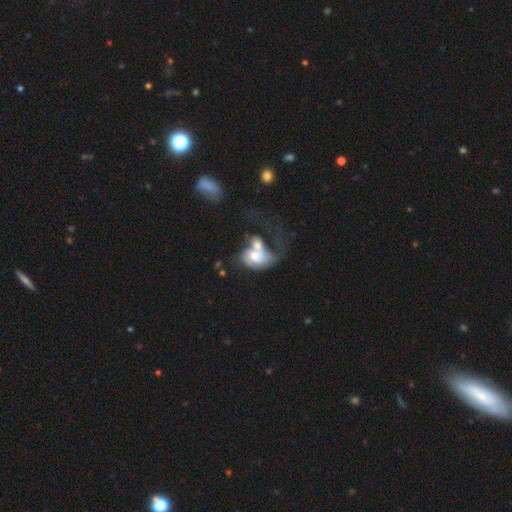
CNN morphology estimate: This is possibly a smooth galaxy (47%). Merging: possibly merger (60%).